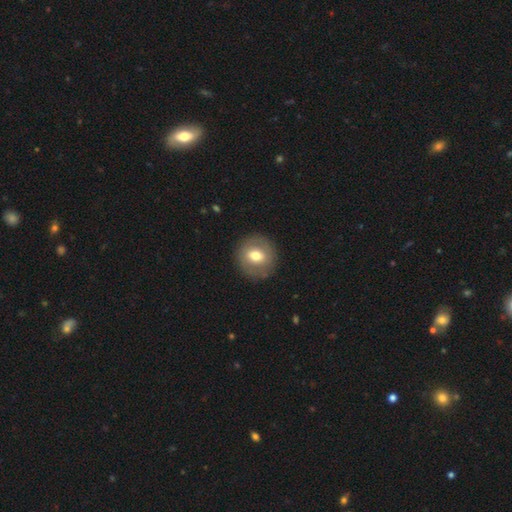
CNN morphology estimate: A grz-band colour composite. It shows a smooth galaxy with no disk features (64%) that is round (86%). Merging: none (88%).